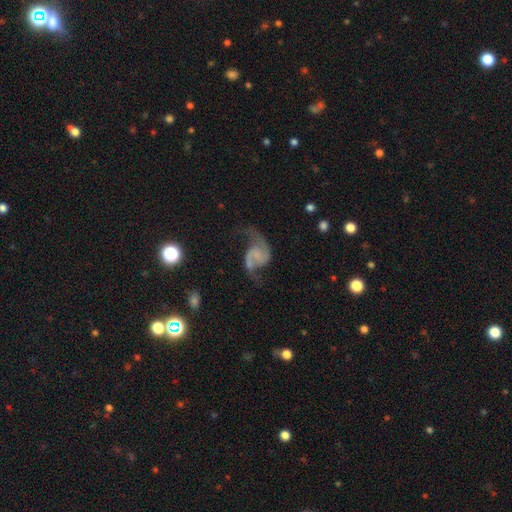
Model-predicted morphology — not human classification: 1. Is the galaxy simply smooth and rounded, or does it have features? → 87% featured or disk, 7% smooth, 7% star or artifact.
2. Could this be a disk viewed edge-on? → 98% no, 2% yes.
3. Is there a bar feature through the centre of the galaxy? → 49% no, 37% weak, 14% strong.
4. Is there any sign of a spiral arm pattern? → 96% yes, 4% no.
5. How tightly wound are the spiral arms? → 63% loose, 31% medium, 6% tight.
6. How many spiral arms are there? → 93% 2, 2% 1, 2% can't tell, 1% 3, 1% 4, 1% more than 4.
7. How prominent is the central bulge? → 60% none, 26% small, 9% moderate, 3% large, 1% dominant.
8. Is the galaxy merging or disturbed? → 64% none, 17% minor disturbance, 15% major disturbance, 3% merger.